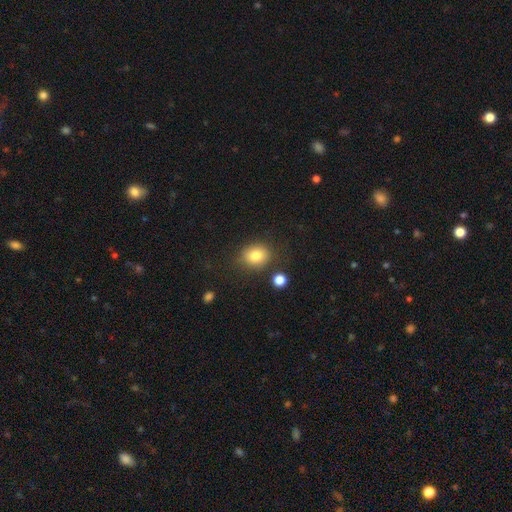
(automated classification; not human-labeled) Smooth or featured? smooth (82%)
How rounded? round (63%)
Merging? none (79%)